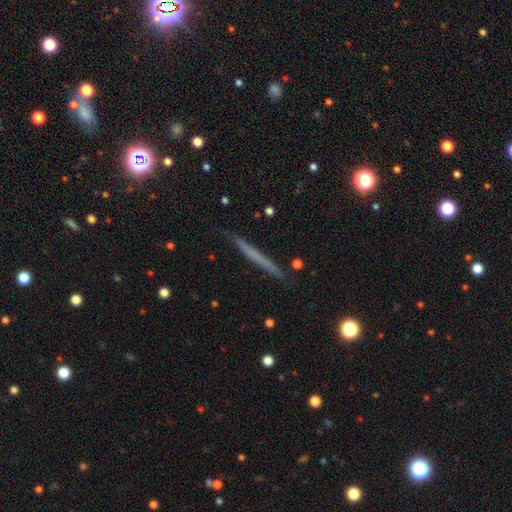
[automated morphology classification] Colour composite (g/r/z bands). It shows a featured or disk galaxy (47%). Merging: none (89%).